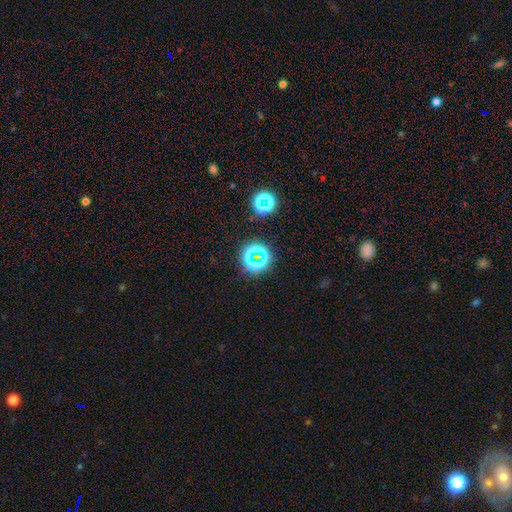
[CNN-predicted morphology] Overall: star or artifact (65%).